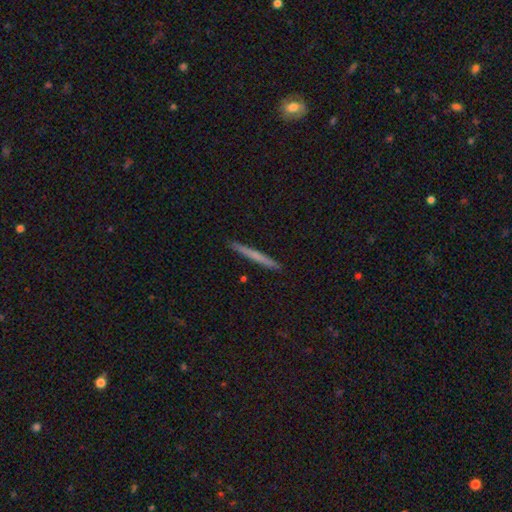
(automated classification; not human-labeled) A smooth galaxy with no disk features (58%) that is cigar-shaped (97%). Merging: none (92%).